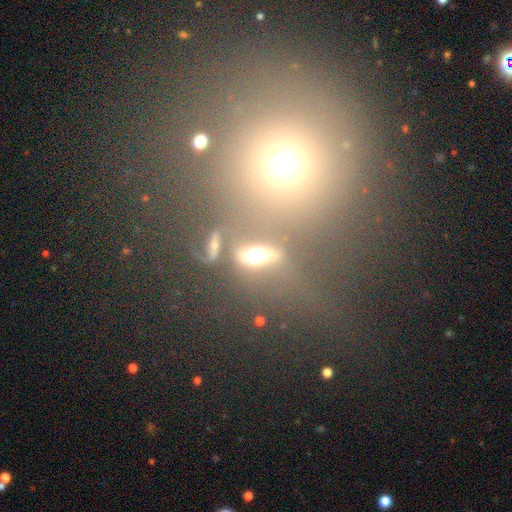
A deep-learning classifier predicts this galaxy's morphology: This is marginally a smooth galaxy (44%). Merging: possibly none (52%).